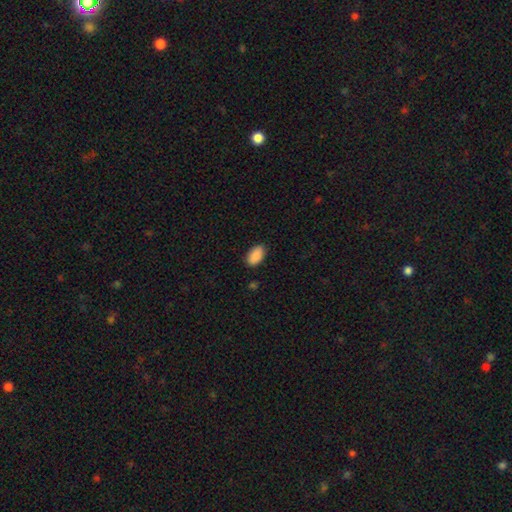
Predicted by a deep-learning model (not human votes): smooth 90%, star or artifact 7%, featured or disk 4%. Down the decision tree: how rounded — in between (94%); merging — none (86%).